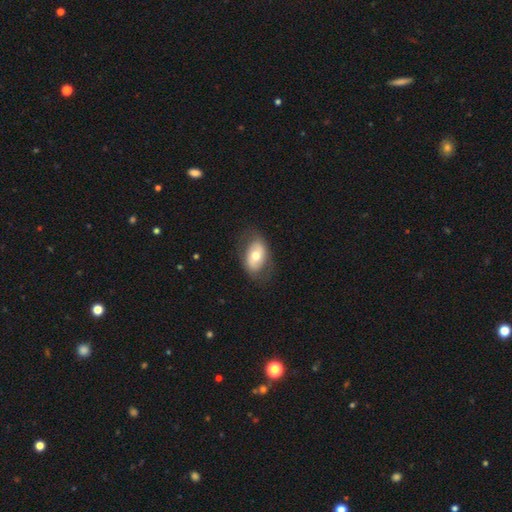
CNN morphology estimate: The model was most divided on "smooth or featured": smooth: 56%, featured or disk: 38%, star or artifact: 7%. More confident: how rounded — in between (86%); merging — none (73%).